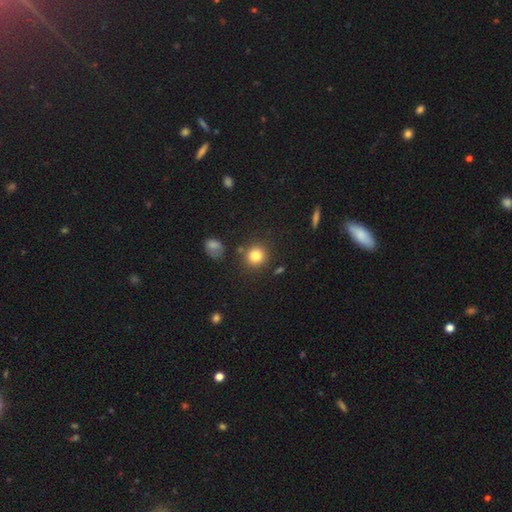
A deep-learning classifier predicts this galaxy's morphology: type=smooth (82%); roundness=round (89%); merging=none (82%).